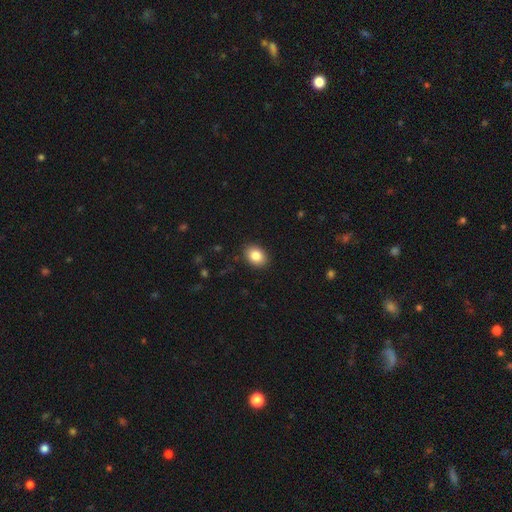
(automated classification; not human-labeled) smooth_or_featured: smooth (p=0.86) [alt: star or artifact p=0.08]
how_rounded: in between (p=0.74) [alt: round p=0.25]
merging: none (p=0.89) [alt: minor disturbance p=0.08]